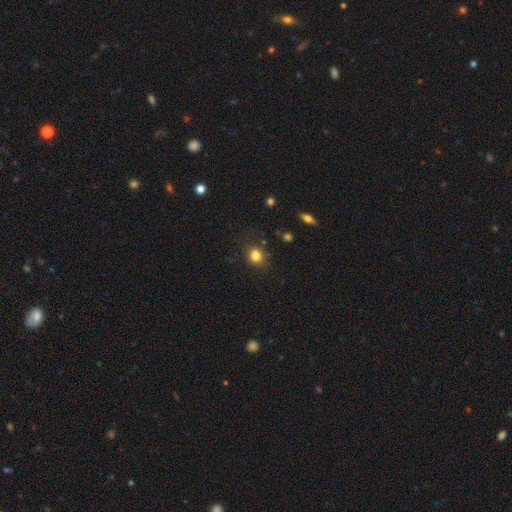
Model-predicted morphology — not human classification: Smooth or featured: smooth — 82% (star or artifact — 12%)
How rounded: round — 61% (in between — 38%)
Merging: none — 78% (minor disturbance — 14%)